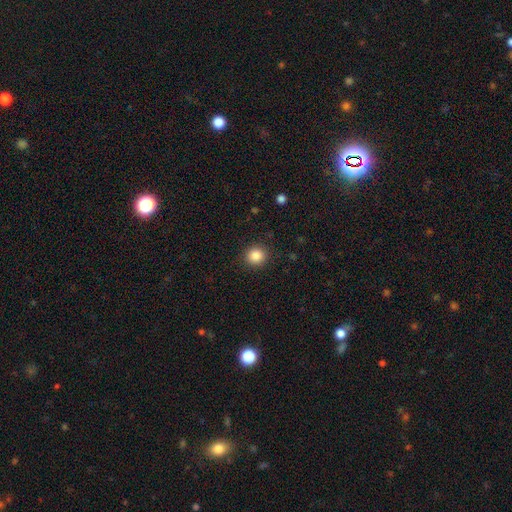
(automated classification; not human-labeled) This is clearly a smooth galaxy (86%). How rounded: clearly round (88%). Merging: clearly none (90%).